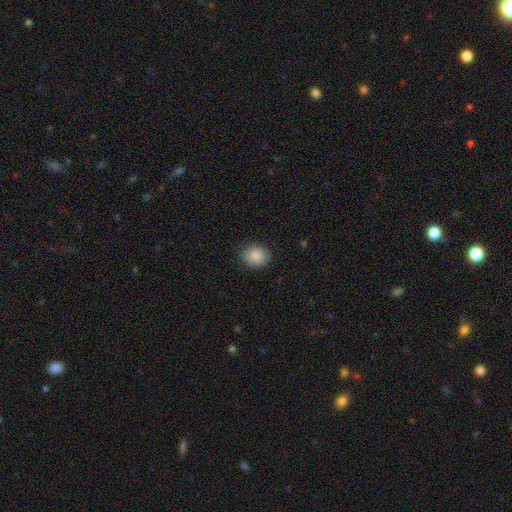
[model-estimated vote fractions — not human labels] smooth 87%, star or artifact 8%, featured or disk 5%. Down the decision tree: how rounded — round (63%); merging — none (83%).